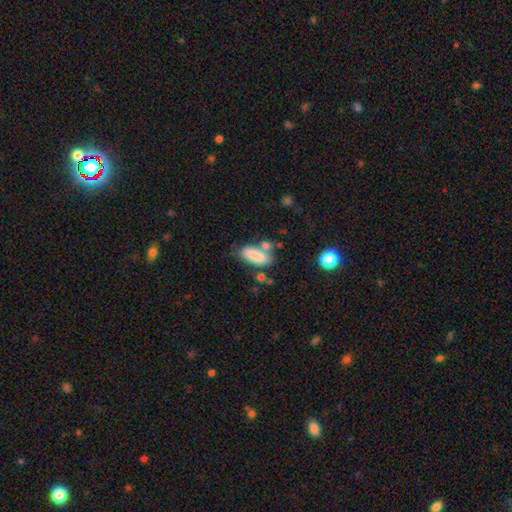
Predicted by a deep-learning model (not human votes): smooth 83%, featured or disk 10%, star or artifact 7%. Down the decision tree: how rounded — in between (77%); merging — none (53%).